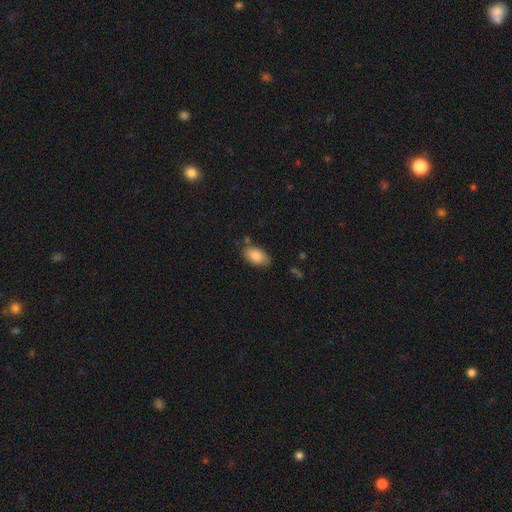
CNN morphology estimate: Smooth or featured: smooth — 86% (featured or disk — 7%)
How rounded: in between — 93% (round — 5%)
Merging: none — 74% (minor disturbance — 19%)